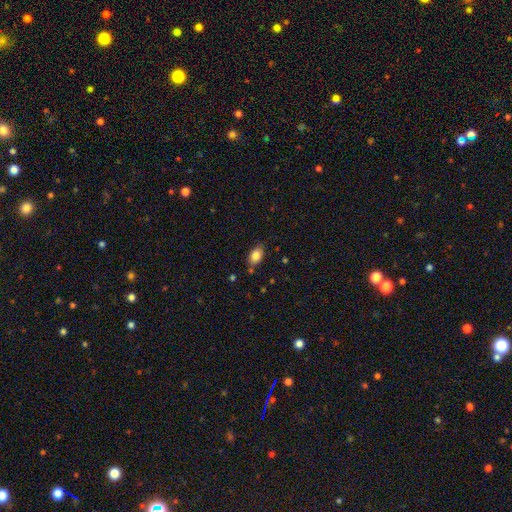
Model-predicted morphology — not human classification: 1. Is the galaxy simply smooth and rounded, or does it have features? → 82% smooth, 9% featured or disk, 8% star or artifact.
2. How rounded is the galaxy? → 87% in between, 10% round, 3% cigar-shaped.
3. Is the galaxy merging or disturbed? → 77% none, 16% minor disturbance, 4% merger, 3% major disturbance.